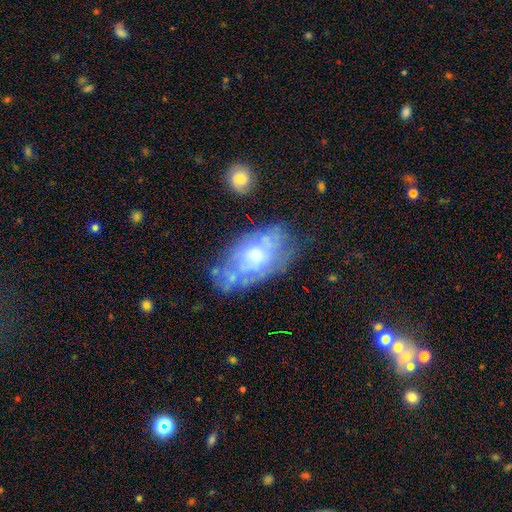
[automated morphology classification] Smooth or featured? featured or disk (56%)
Edge-on disk? no (92%)
Bar? no (83%)
Spiral arms? no (55%)
Bulge size? moderate (47%)
Merging? none (56%)